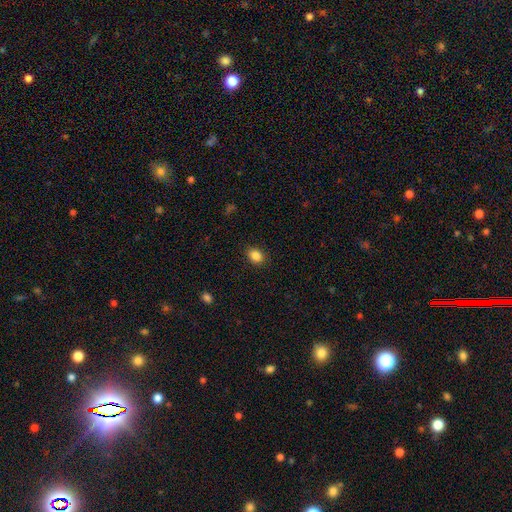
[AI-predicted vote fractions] smooth-or-featured: smooth: 86% | star or artifact: 10% | featured or disk: 4%
  how-rounded: in between: 50% | round: 49% | cigar-shaped: 1%
  merging: none: 88% | minor disturbance: 8% | major disturbance: 2% | merger: 1%